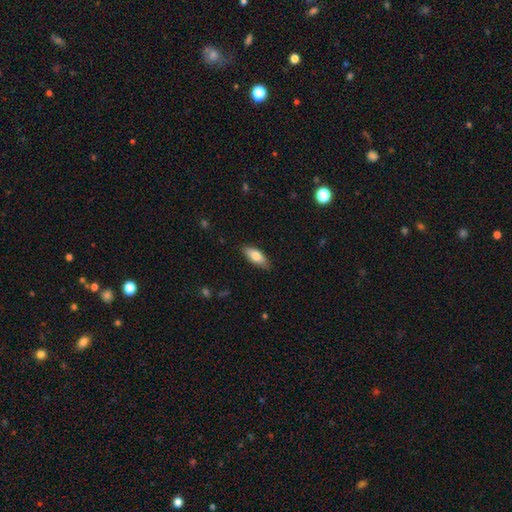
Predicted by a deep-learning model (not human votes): Smooth or featured? Predicted: smooth (p=0.78). How rounded? Predicted: in between (p=0.78). Merging? Predicted: none (p=0.85).